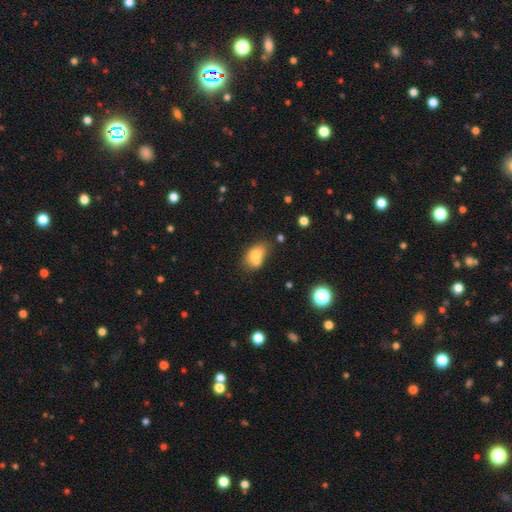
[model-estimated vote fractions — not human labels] Overall: smooth (70%). How rounded: in between (75%). Merging: merger (46%; none 32%).